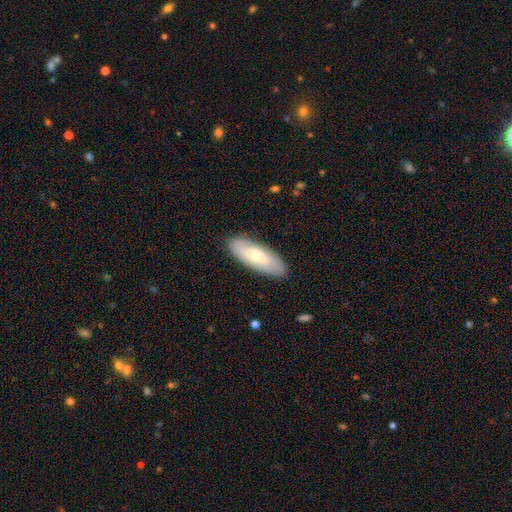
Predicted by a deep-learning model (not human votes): Overall: smooth (61%; featured or disk 33%). How rounded: in between (70%). Merging: none (86%).